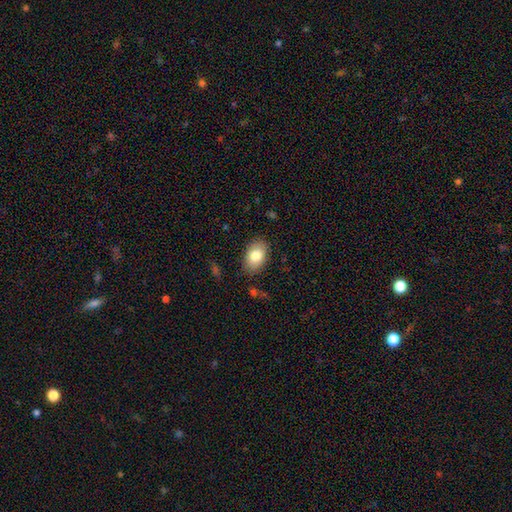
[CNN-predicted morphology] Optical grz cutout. It shows a smooth galaxy with no disk features (81%) that is in between round and cigar-shaped (87%). Merging: none (85%).